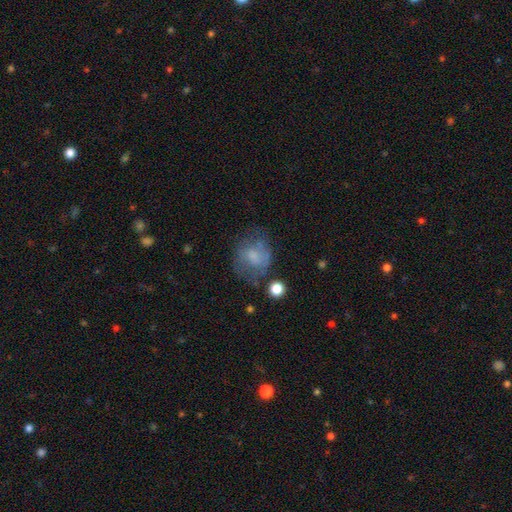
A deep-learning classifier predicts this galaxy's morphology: Smooth or featured: smooth — 57% (featured or disk — 33%)
How rounded: round — 59% (in between — 40%)
Merging: none — 50% (minor disturbance — 26%)